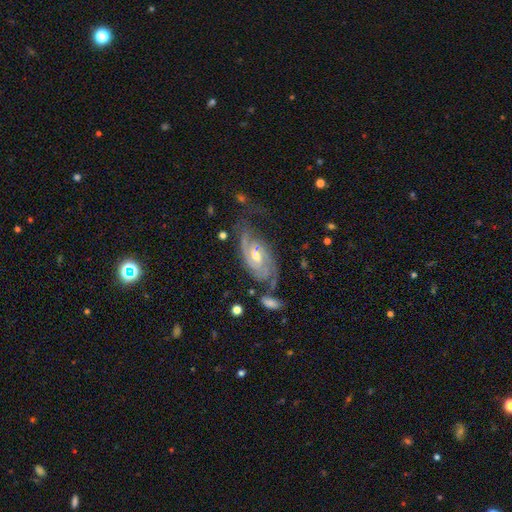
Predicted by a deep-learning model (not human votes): This appears to be a featured or disk galaxy (87%) with a weak bar (45%), 2 (58%) tight (55%) spiral arms (96%) and a moderate central bulge (68%). Merging: none (54%).